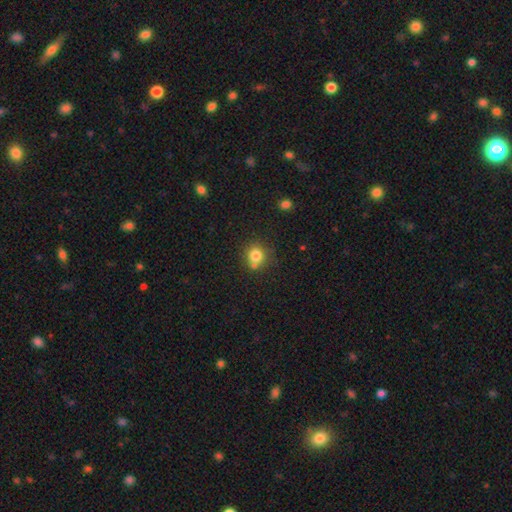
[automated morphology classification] Smooth or featured? Predicted: smooth (p=0.79). How rounded? Predicted: round (p=0.85). Merging? Predicted: none (p=0.64).